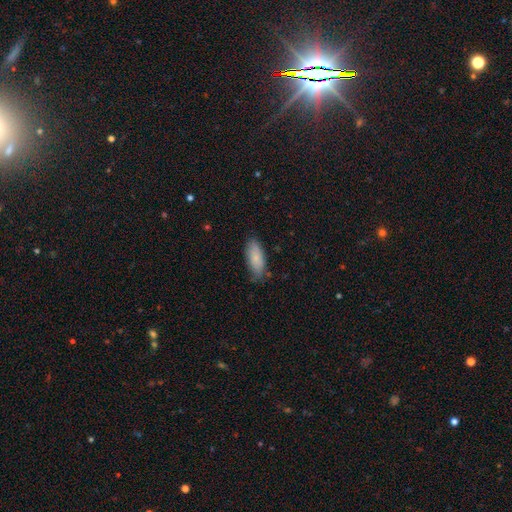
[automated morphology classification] This appears to be a smooth galaxy with no disk features (82%) that is in between round and cigar-shaped (82%). Merging: none (71%).